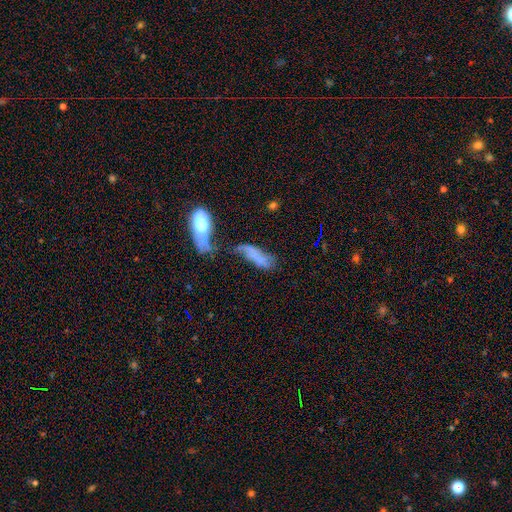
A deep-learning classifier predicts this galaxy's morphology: Overall: smooth (52%; featured or disk 34%). How rounded: in between (54%; cigar-shaped 43%). Merging: none (30%; major disturbance 24%).